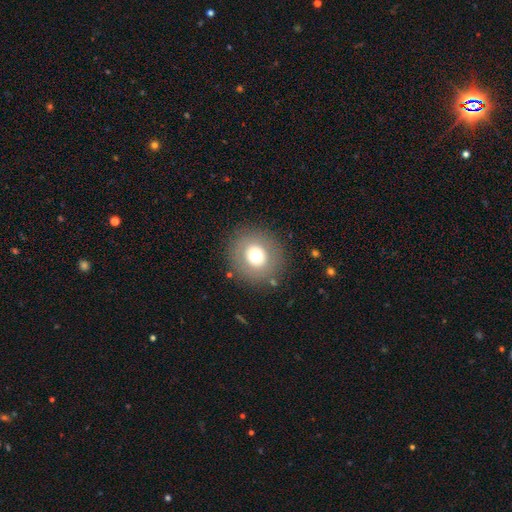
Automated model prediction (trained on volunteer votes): smooth 69%, featured or disk 20%, star or artifact 12%. Down the decision tree: how rounded — round (90%); merging — none (86%).